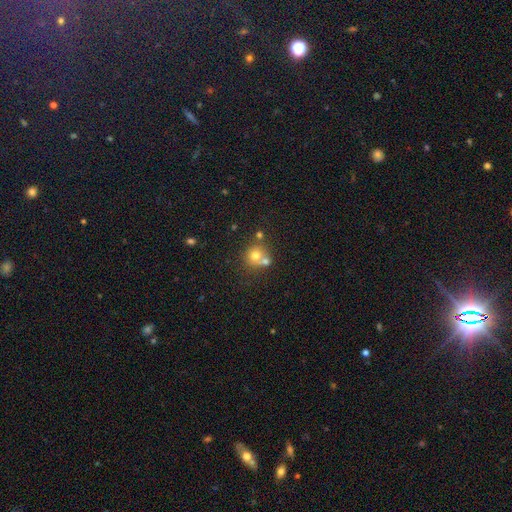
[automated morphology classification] Smooth or featured: smooth — 70% (featured or disk — 16%)
How rounded: round — 87% (in between — 12%)
Merging: none — 48% (merger — 39%)